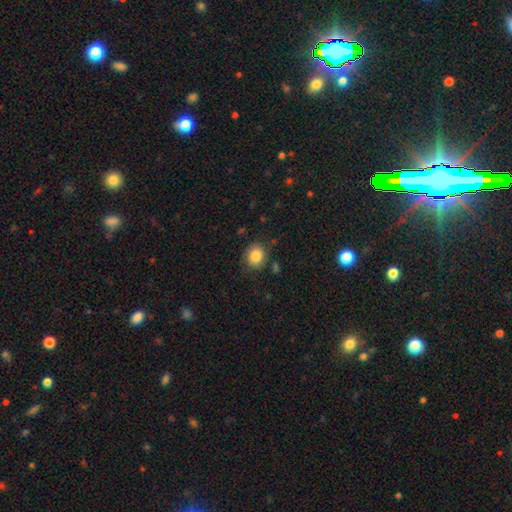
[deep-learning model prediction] Morphology: type=smooth (85%); roundness=round (70%); merging=none (79%).